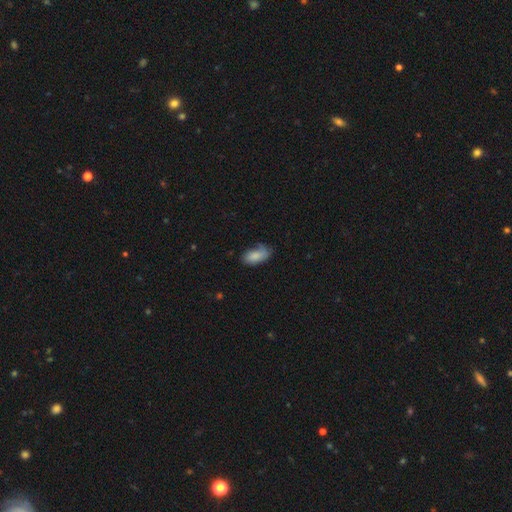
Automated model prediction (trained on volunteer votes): smooth_or_featured: smooth (p=0.78) [alt: featured or disk p=0.15]
how_rounded: in between (p=0.91) [alt: cigar-shaped p=0.06]
merging: none (p=0.54) [alt: minor disturbance p=0.31]